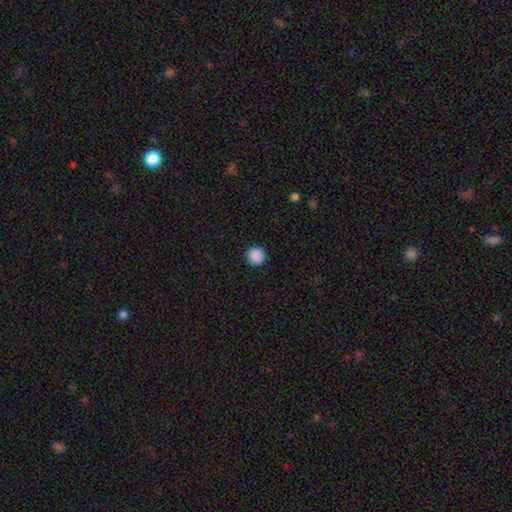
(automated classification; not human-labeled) A smooth galaxy with no disk features (89%) that is round (93%). Merging: none (91%).